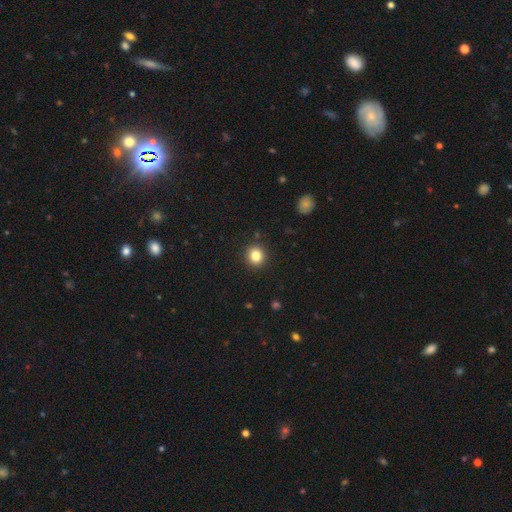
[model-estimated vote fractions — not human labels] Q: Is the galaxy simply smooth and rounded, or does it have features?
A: smooth — 83%.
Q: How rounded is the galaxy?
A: round — 90%.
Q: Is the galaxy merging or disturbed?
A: none — 91%.